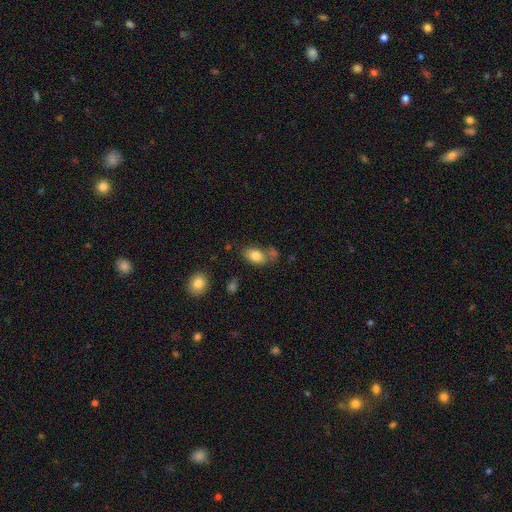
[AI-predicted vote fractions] Q: Smooth or featured?
A: smooth (81%); runner-up: featured or disk (11%)
Q: How rounded?
A: in between (87%); runner-up: round (11%)
Q: Merging?
A: none (58%); runner-up: minor disturbance (19%)